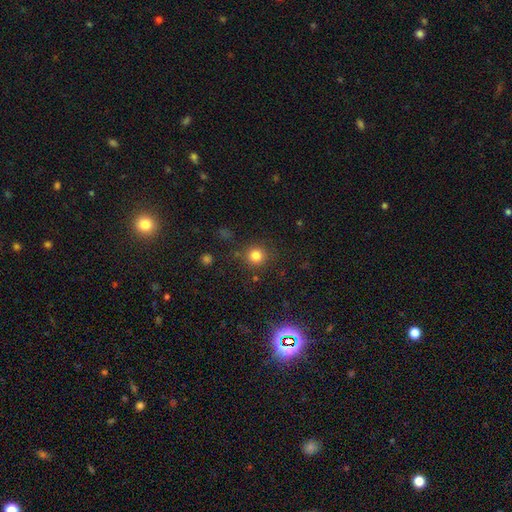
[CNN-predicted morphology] Smooth or featured? Predicted: smooth (p=0.81). How rounded? Predicted: round (p=0.92). Merging? Predicted: none (p=0.85).